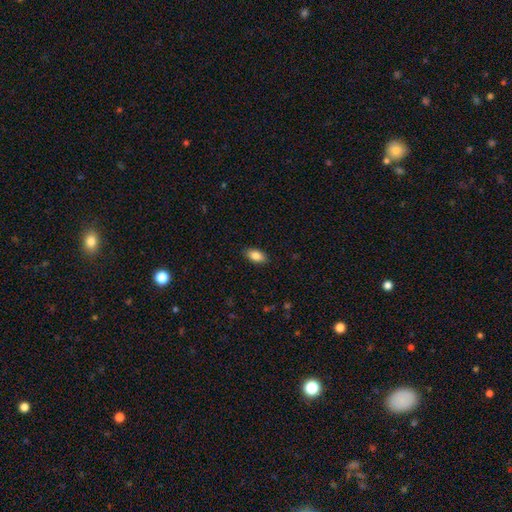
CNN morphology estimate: Q: Smooth or featured?
A: smooth (86%); runner-up: star or artifact (7%)
Q: How rounded?
A: in between (92%); runner-up: cigar-shaped (4%)
Q: Merging?
A: none (88%); runner-up: minor disturbance (9%)